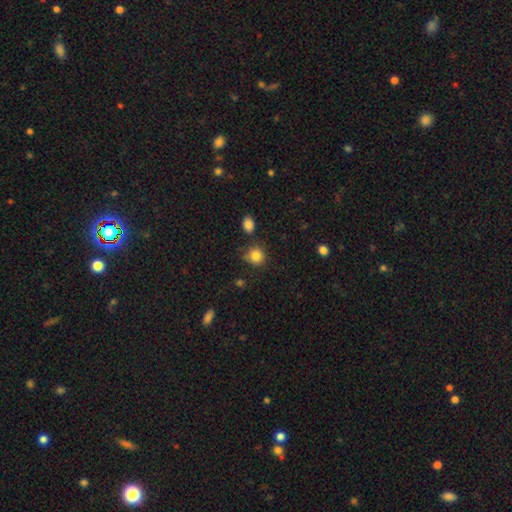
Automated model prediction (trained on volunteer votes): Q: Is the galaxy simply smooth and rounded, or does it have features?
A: smooth — 85%.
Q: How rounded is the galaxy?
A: round — 87%.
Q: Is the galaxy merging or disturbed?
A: none — 78%.